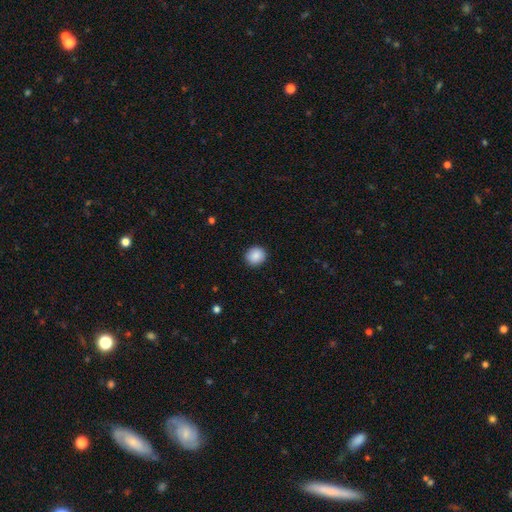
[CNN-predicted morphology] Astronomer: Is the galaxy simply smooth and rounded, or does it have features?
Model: smooth — 88%.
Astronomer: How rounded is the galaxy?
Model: round — 88%.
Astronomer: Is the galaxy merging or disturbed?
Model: none — 91%.